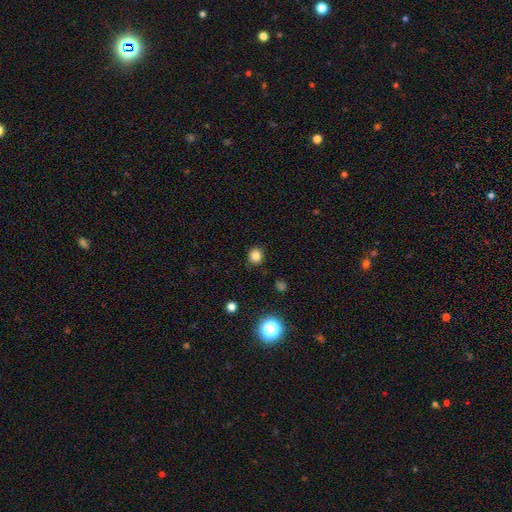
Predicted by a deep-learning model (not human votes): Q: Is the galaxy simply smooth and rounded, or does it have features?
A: smooth — 83%.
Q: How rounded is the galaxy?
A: round — 89%.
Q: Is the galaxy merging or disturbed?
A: none — 90%.